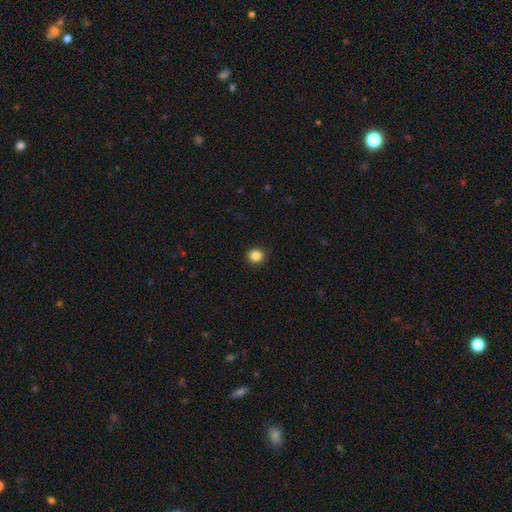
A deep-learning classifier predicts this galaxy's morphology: smooth-or-featured: smooth: 86% | star or artifact: 11% | featured or disk: 4%
  how-rounded: round: 92% | in between: 7% | cigar-shaped: 1%
  merging: none: 92% | minor disturbance: 5% | major disturbance: 2% | merger: 1%